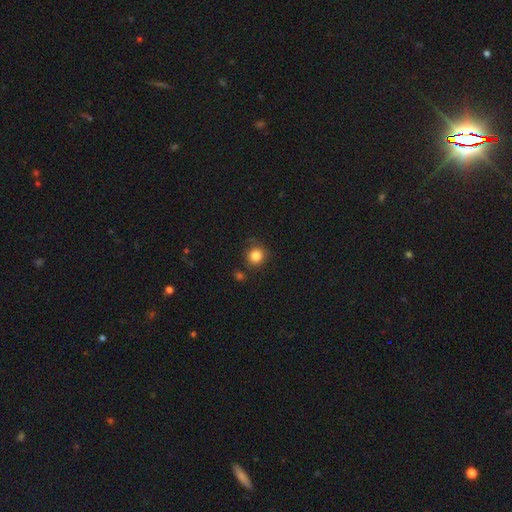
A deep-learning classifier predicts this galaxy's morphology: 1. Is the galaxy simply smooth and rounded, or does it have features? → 84% smooth, 11% star or artifact, 5% featured or disk.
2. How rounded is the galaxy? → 91% round, 8% in between, 1% cigar-shaped.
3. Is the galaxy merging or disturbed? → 82% none, 11% minor disturbance, 4% merger, 3% major disturbance.